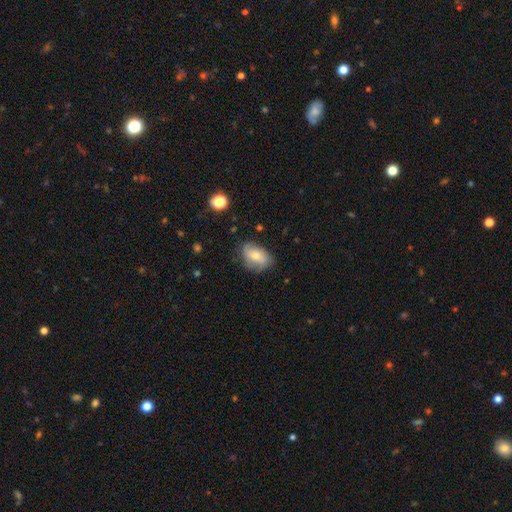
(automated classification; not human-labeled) Smooth or featured? Predicted: smooth (p=0.63). How rounded? Predicted: in between (p=0.85). Merging? Predicted: none (p=0.65).